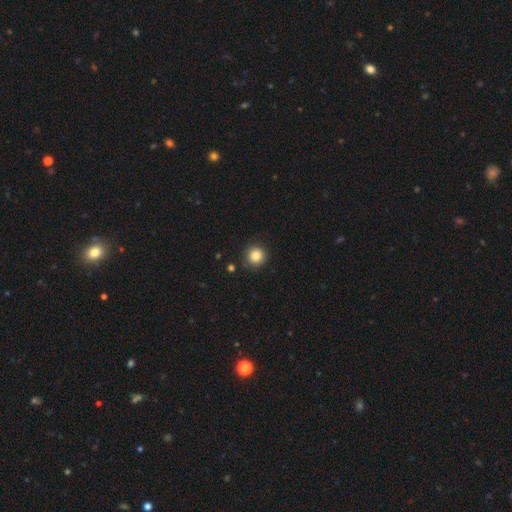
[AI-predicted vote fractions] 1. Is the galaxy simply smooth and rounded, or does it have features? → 85% smooth, 11% star or artifact, 5% featured or disk.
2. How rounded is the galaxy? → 94% round, 5% in between, 1% cigar-shaped.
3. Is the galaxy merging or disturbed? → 88% none, 8% minor disturbance, 2% major disturbance, 2% merger.